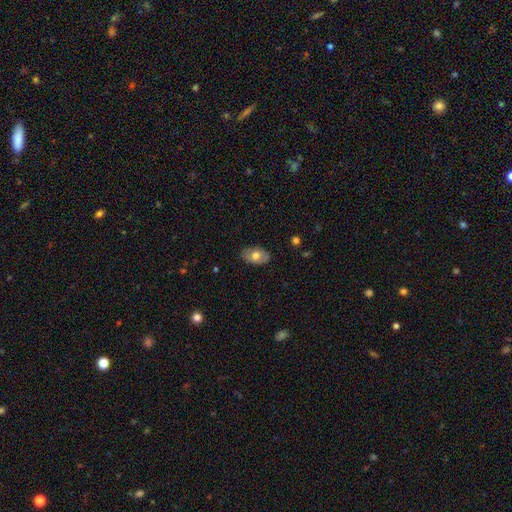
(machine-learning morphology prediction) Overall: smooth (65%; featured or disk 29%). How rounded: in between (90%). Merging: none (82%).